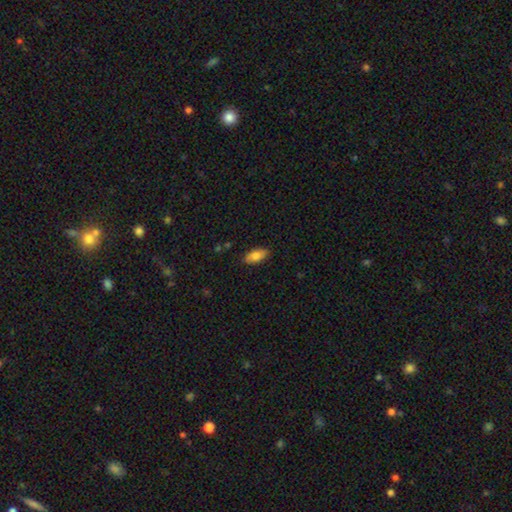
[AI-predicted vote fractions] This appears to be a smooth galaxy with no disk features (80%) that is in between round and cigar-shaped (89%). Merging: none (86%).